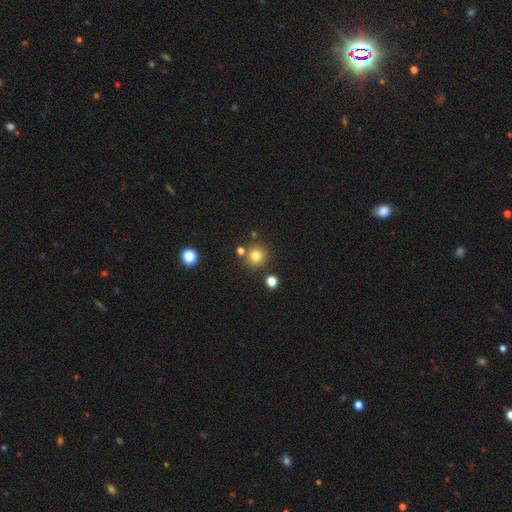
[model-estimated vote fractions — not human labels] A smooth galaxy with no disk features (79%) that is round (93%). Merging: none (82%).